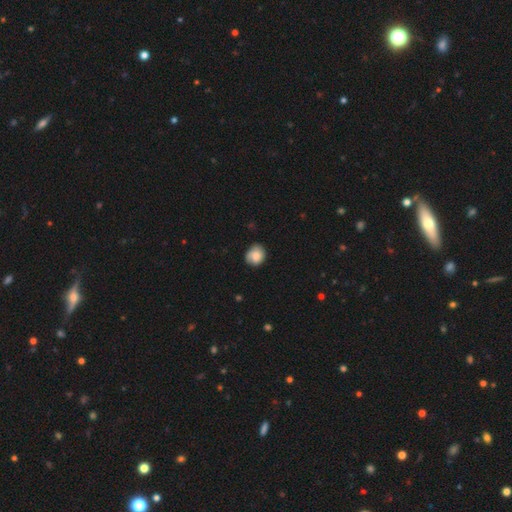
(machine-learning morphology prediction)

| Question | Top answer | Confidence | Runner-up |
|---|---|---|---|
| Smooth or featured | smooth | 75% | featured or disk (17%) |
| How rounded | round | 69% | in between (30%) |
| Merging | none | 65% | minor disturbance (27%) |